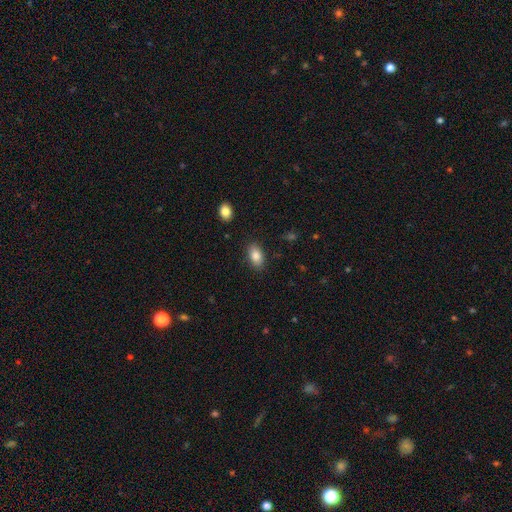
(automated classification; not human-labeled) A smooth galaxy with no disk features (85%) that is in between round and cigar-shaped (92%). Merging: none (85%).